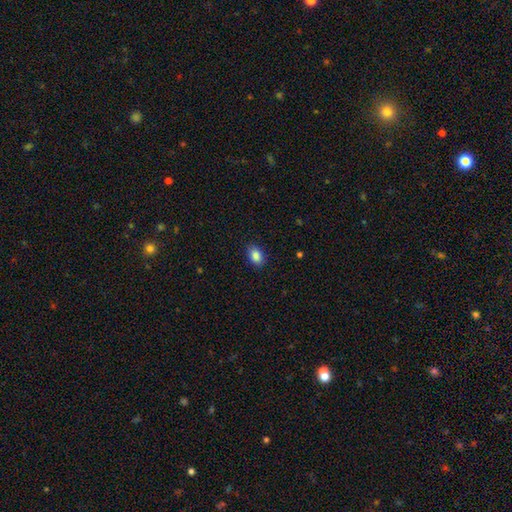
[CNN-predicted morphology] Overall: smooth (87%). How rounded: in between (84%). Merging: none (87%).